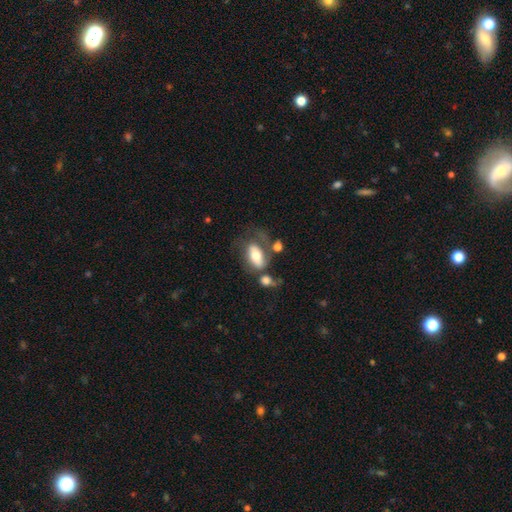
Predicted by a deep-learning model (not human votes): Smooth or featured? Predicted: smooth (p=0.60). How rounded? Predicted: in between (p=0.88). Merging? Predicted: none (p=0.34).